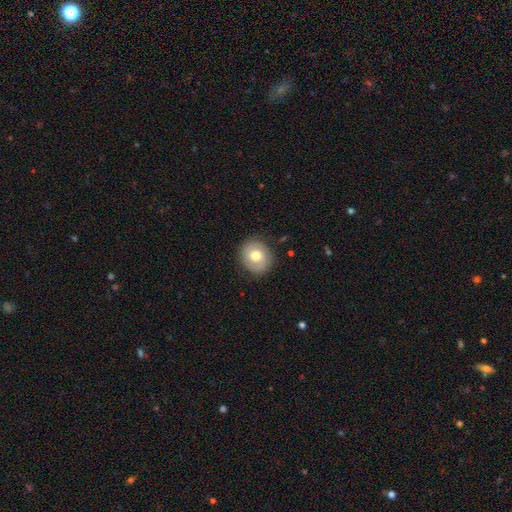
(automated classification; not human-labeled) A smooth galaxy with no disk features (64%) that is round (77%). Merging: none (84%).